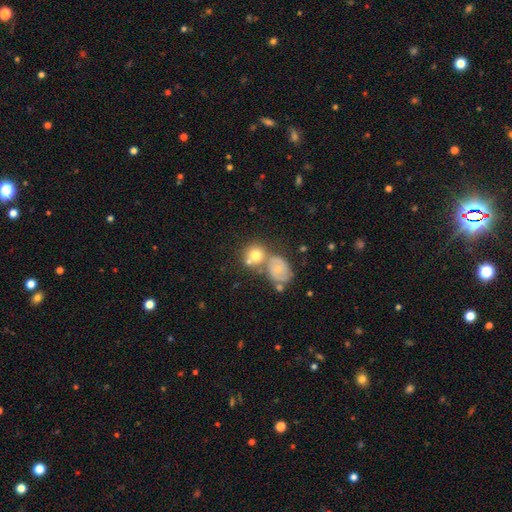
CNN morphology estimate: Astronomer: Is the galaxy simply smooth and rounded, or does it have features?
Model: smooth — 64%.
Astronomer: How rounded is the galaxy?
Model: round — 78%.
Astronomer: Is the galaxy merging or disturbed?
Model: merger — 43% (runner-up: none, 41%).